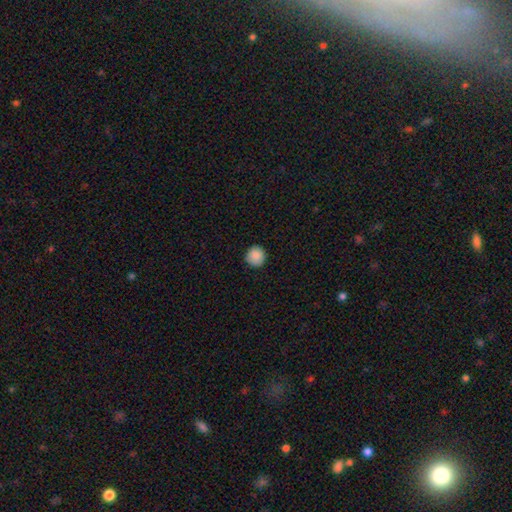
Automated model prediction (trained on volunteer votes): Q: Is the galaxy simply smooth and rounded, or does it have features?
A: smooth — 88%.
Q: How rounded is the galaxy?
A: round — 94%.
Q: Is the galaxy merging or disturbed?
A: none — 90%.